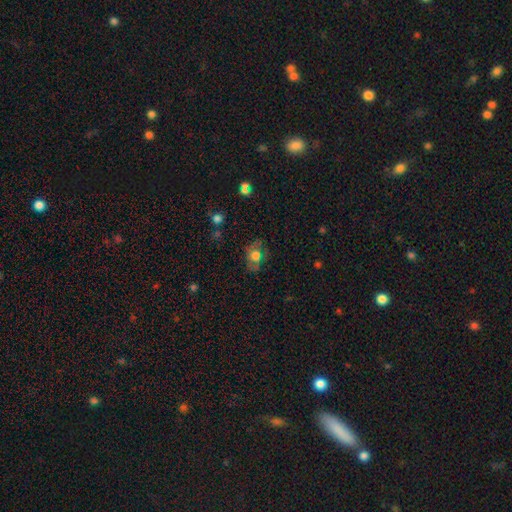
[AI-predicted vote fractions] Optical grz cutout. It shows a smooth galaxy with no disk features (53%) that is in between round and cigar-shaped (64%). Merging: none (66%).